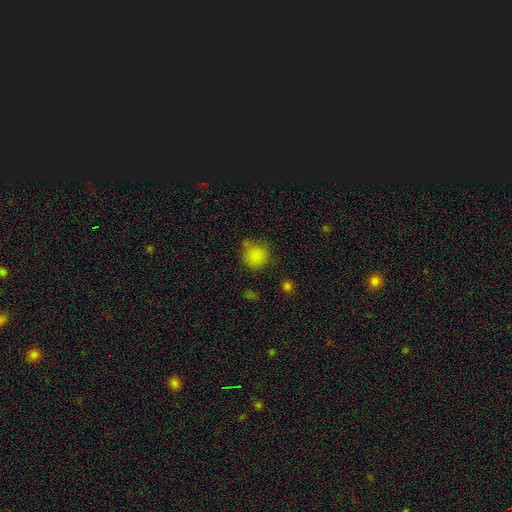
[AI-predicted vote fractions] Overall: smooth (83%). How rounded: round (89%). Merging: none (68%).